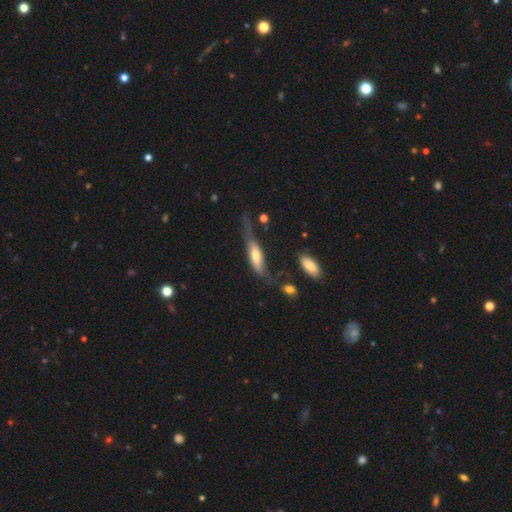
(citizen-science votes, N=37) smooth_or_featured: smooth (p=0.73) [alt: featured or disk p=0.27]
how_rounded: in between (p=0.70) [alt: cigar-shaped p=0.30]
merging: major disturbance (p=0.59) [alt: none p=0.30]